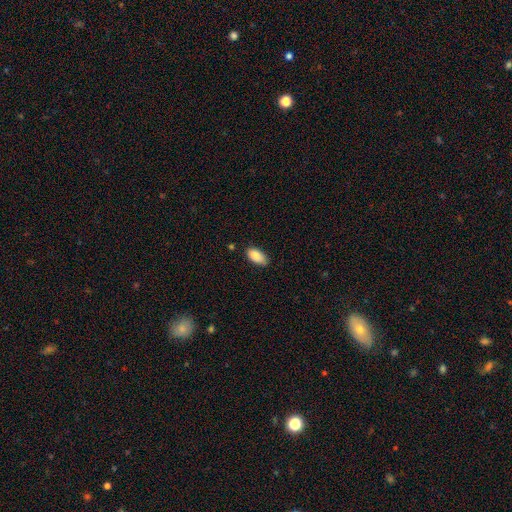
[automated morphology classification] Smooth or featured?
  - smooth: 85% *
  - featured or disk: 8%
  - star or artifact: 7%
How rounded?
  - in between: 93% *
  - cigar-shaped: 4%
  - round: 3%
Merging?
  - none: 75% *
  - minor disturbance: 21%
  - major disturbance: 3%
  - merger: 2%